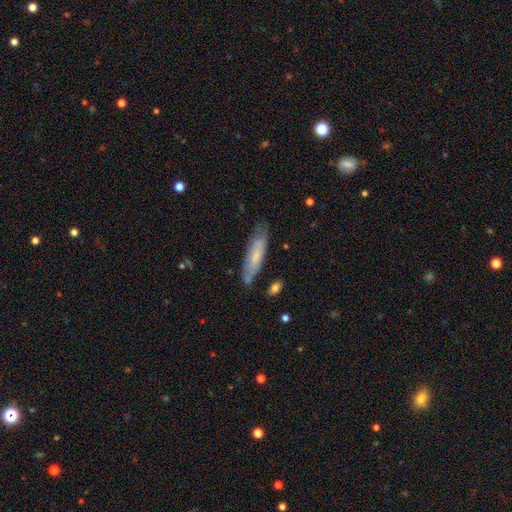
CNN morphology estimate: smooth-or-featured: smooth: 62% | featured or disk: 32% | star or artifact: 6%
  how-rounded: cigar-shaped: 64% | in between: 34% | round: 1%
  merging: none: 70% | minor disturbance: 22% | major disturbance: 5% | merger: 3%